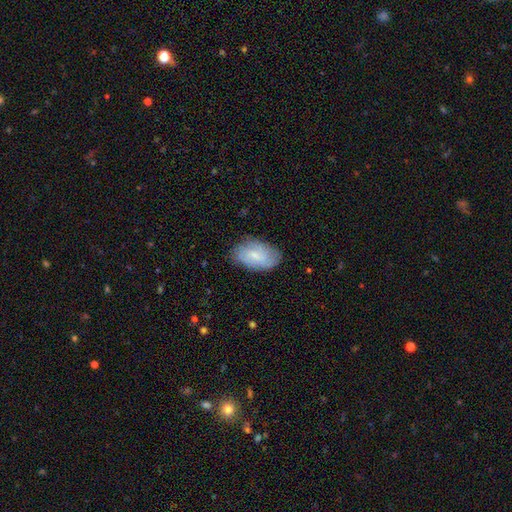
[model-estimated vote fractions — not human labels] The model was most divided on "smooth or featured": smooth: 49%, featured or disk: 43%, star or artifact: 8%. More confident: merging — none (76%).